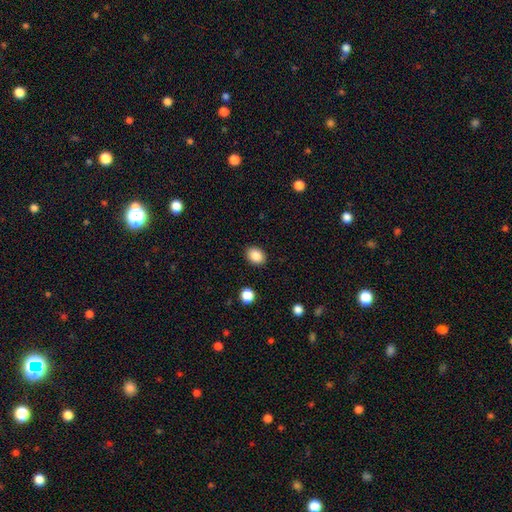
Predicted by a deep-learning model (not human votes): Smooth or featured: smooth — 87% (star or artifact — 9%)
How rounded: in between — 64% (round — 35%)
Merging: none — 90% (minor disturbance — 7%)